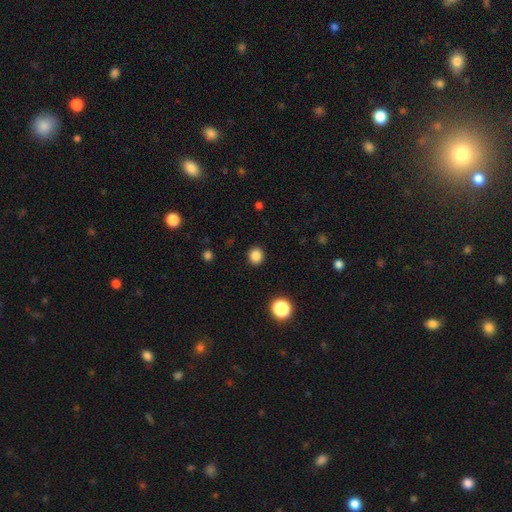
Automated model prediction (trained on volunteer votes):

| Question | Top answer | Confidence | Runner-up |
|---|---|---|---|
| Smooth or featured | smooth | 85% | star or artifact (12%) |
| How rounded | round | 83% | in between (16%) |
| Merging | none | 91% | minor disturbance (6%) |